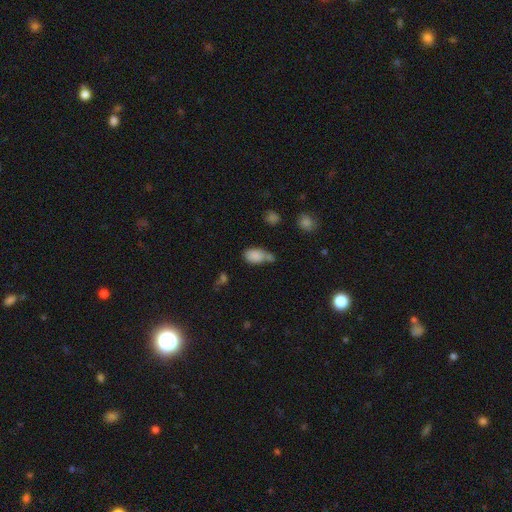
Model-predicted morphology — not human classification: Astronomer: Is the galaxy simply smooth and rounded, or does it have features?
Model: smooth — 83%.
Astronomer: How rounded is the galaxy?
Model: in between — 87%.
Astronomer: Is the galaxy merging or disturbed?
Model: none — 39% (runner-up: merger, 32%).